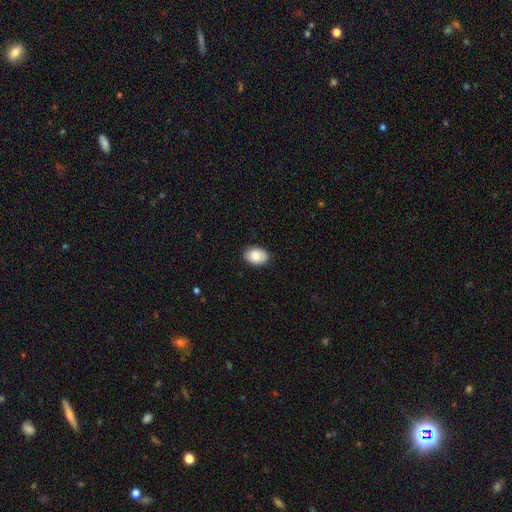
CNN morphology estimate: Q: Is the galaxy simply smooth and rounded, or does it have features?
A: smooth — 79%.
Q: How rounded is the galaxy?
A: in between — 80%.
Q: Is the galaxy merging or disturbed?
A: none — 88%.